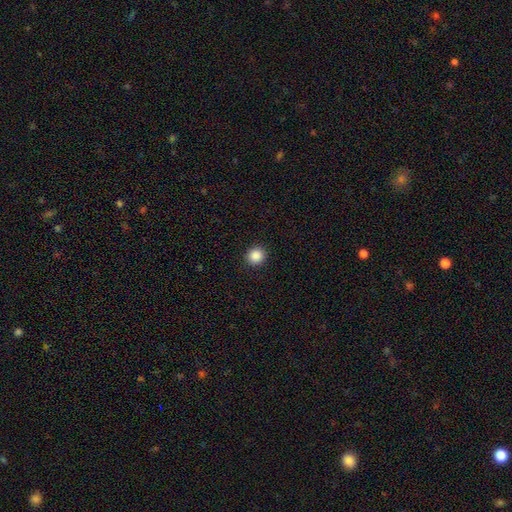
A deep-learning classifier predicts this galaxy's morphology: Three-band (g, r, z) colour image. It shows a smooth galaxy with no disk features (88%) that is round (92%). Merging: none (93%).